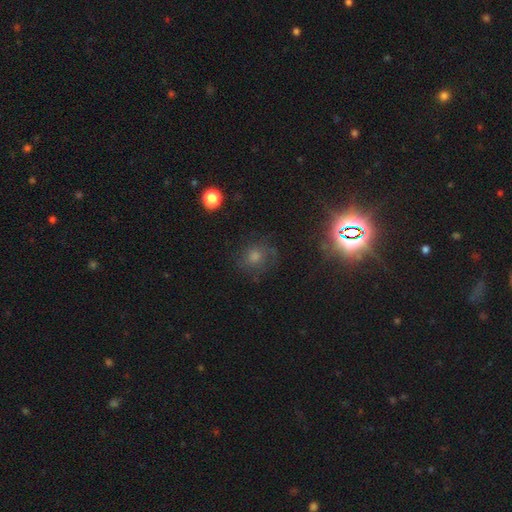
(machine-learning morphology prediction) A star or artifact, not a galaxy (40%).

Vote fractions:
- Smooth or featured? star or artifact: 40% / smooth: 33% / featured or disk: 26%